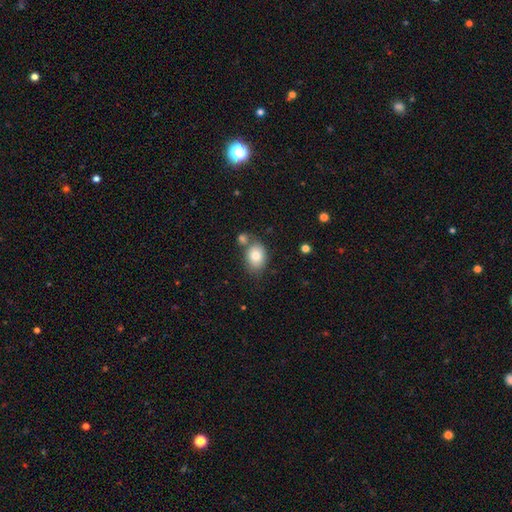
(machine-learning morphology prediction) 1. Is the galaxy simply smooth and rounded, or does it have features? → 80% smooth, 12% featured or disk, 8% star or artifact.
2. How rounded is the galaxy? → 69% in between, 30% round, 1% cigar-shaped.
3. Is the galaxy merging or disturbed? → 58% none, 21% merger, 16% minor disturbance, 4% major disturbance.